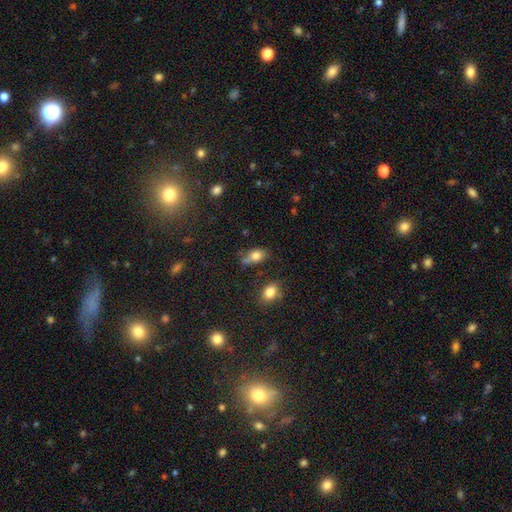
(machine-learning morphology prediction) A smooth galaxy with no disk features (78%) that is in between round and cigar-shaped (79%).

Vote fractions:
- Smooth or featured? smooth: 78% / star or artifact: 11% / featured or disk: 11%
- How rounded? in between: 79% / round: 16% / cigar-shaped: 5%
- Merging? none: 50% / minor disturbance: 28% / merger: 13% / major disturbance: 10%